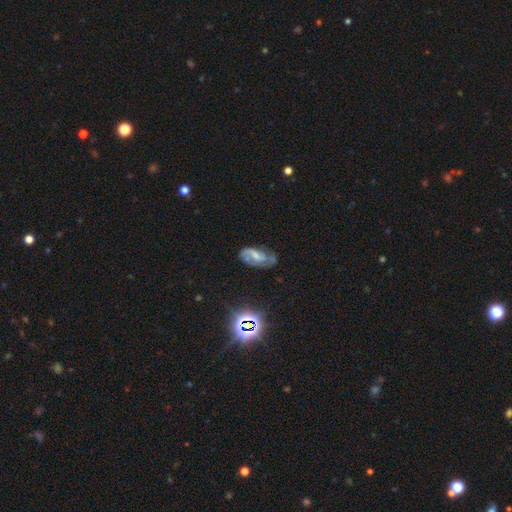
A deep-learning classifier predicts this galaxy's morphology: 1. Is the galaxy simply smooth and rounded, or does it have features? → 67% featured or disk, 22% smooth, 11% star or artifact.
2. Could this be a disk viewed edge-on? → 95% no, 5% yes.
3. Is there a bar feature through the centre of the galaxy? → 47% weak, 38% no, 15% strong.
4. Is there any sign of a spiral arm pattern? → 87% yes, 13% no.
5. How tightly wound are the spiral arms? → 44% medium, 34% loose, 21% tight.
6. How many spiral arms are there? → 70% 2, 14% can't tell, 10% 1, 3% 3, 1% 4, 1% more than 4.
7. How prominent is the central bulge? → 39% small, 30% moderate, 25% none, 5% large, 1% dominant.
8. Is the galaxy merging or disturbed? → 52% none, 28% minor disturbance, 17% major disturbance, 4% merger.